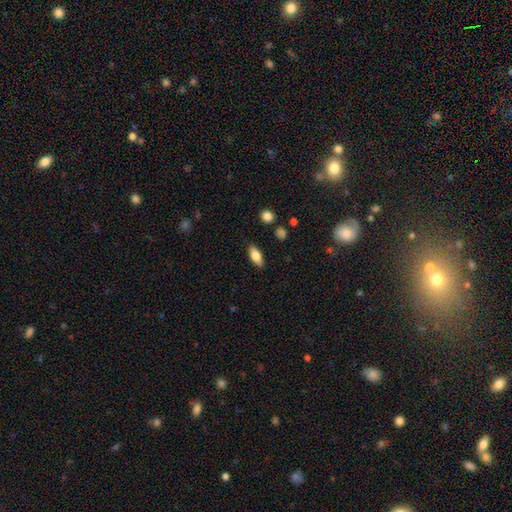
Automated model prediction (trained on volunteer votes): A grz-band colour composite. It shows a smooth galaxy with no disk features (77%) that is in between round and cigar-shaped (82%). Merging: none (87%).